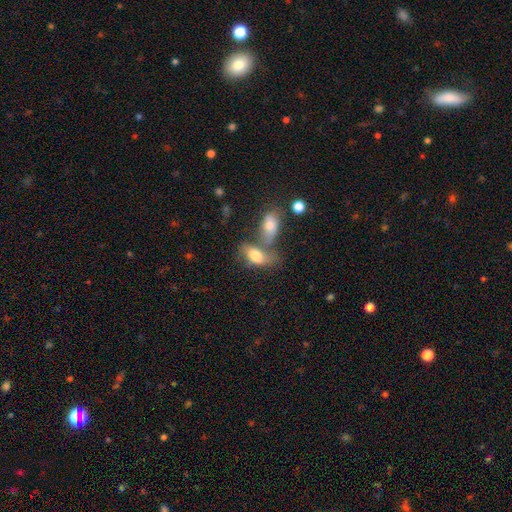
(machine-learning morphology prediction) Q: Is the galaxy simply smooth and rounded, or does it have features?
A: smooth — 70%.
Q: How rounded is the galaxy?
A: in between — 89%.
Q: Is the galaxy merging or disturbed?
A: merger — 55%.